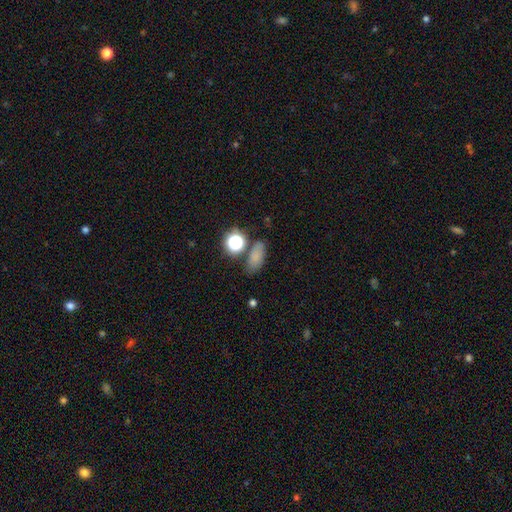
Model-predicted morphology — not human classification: Smooth or featured? Predicted: smooth (p=0.72). How rounded? Predicted: in between (p=0.73). Merging? Predicted: none (p=0.69).